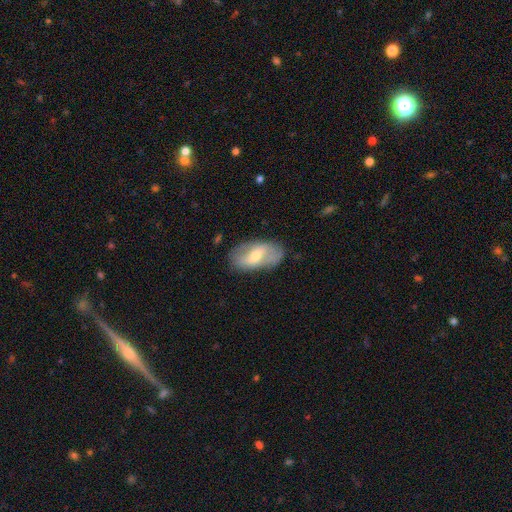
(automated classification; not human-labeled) This is possibly a featured or disk galaxy (52%). It is clearly not viewed edge-on (89%). Merging: likely none (77%).